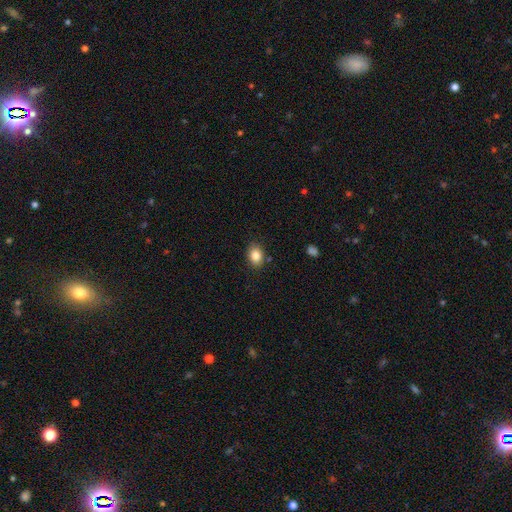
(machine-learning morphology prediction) Smooth or featured? smooth (85%)
How rounded? in between (65%)
Merging? none (84%)